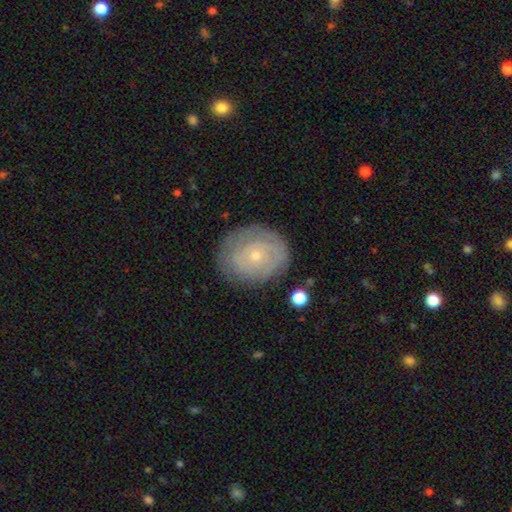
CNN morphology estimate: Smooth or featured? featured or disk (56%)
Edge-on disk? no (96%)
Bar? no (87%)
Spiral arms? yes (63%)
Bulge size? small (78%)
Merging? none (79%)